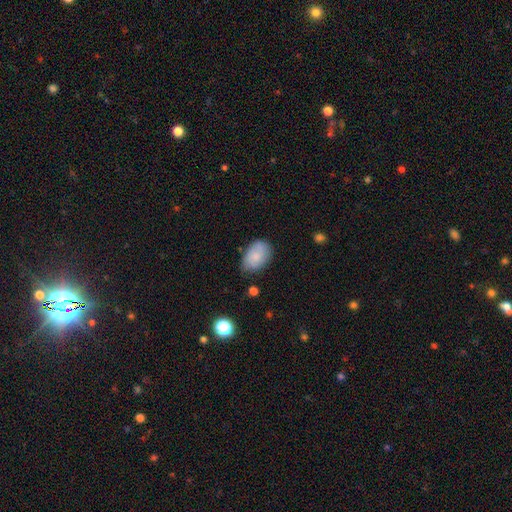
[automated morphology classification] type=smooth (76%); roundness=in between (88%); merging=none (67%).